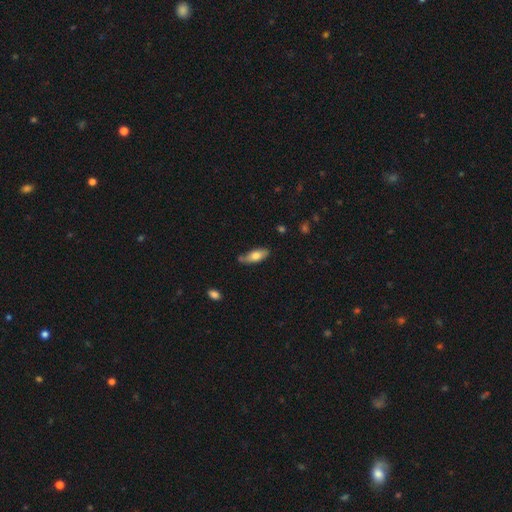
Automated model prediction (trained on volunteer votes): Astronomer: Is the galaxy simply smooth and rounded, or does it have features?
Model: smooth — 73%.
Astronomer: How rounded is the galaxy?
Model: in between — 78%.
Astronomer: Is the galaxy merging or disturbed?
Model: none — 63%.